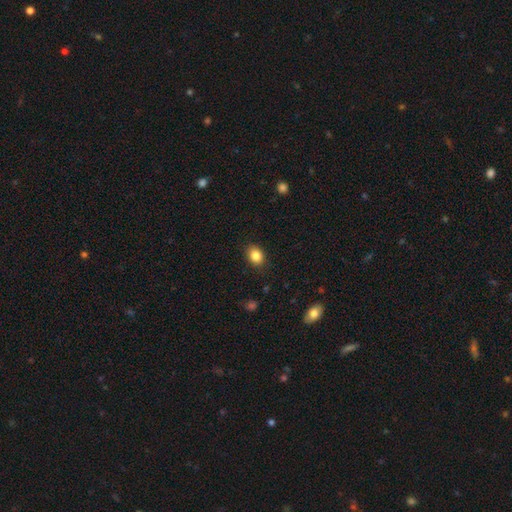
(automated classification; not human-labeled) This is clearly a smooth galaxy (85%). How rounded: possibly in between (57%). Merging: clearly none (87%).